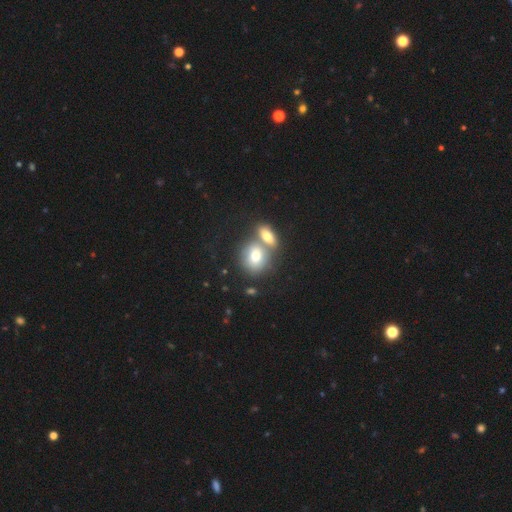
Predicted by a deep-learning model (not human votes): Overall: smooth (72%). How rounded: round (55%; in between 42%). Merging: merger (53%; none 36%).